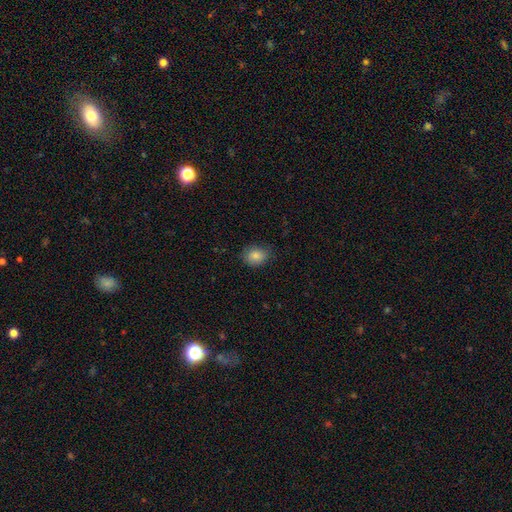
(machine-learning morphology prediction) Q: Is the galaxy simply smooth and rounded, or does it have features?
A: smooth — 84%.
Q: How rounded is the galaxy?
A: round — 55%.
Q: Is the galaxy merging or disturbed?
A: none — 78%.